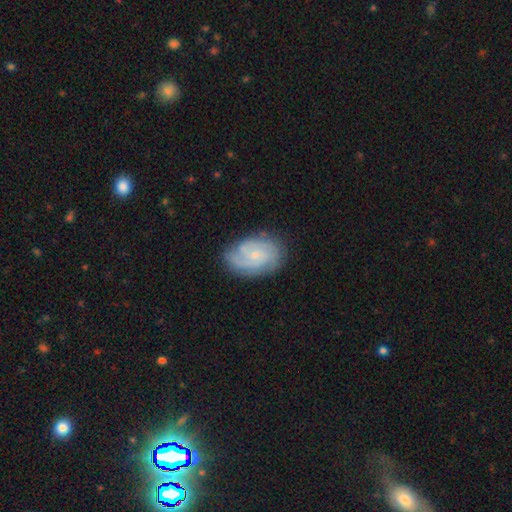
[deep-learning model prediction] Overall: featured or disk (75%). Edge-on disk: no (97%). Bar: no (64%; weak 33%). Spiral arms: yes (94%). Spiral arm count: 2 (35%; can't tell 29%). Spiral winding: tight (56%; medium 35%). Bulge size: small (73%). Merging: none (75%).